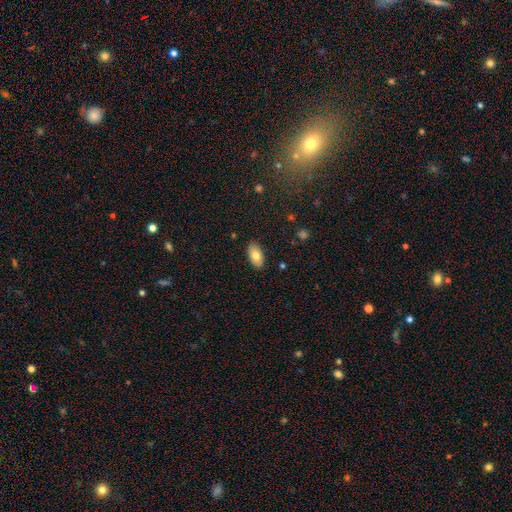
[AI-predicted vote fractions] The model was most divided on "smooth or featured": smooth: 76%, featured or disk: 17%, star or artifact: 7%. More confident: how rounded — in between (93%); merging — none (87%).